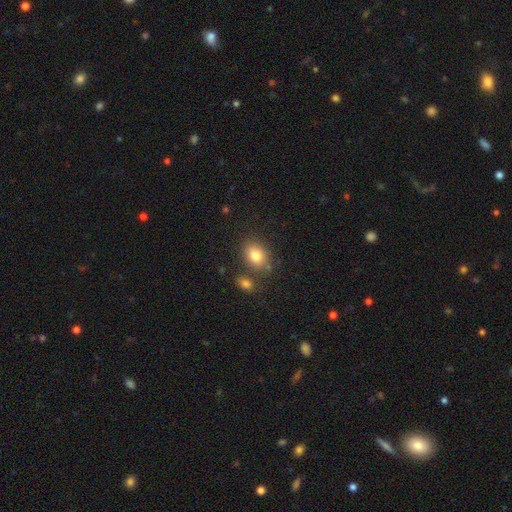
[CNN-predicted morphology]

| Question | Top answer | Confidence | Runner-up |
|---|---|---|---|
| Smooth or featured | smooth | 80% | featured or disk (10%) |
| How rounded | in between | 63% | round (36%) |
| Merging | none | 72% | minor disturbance (13%) |